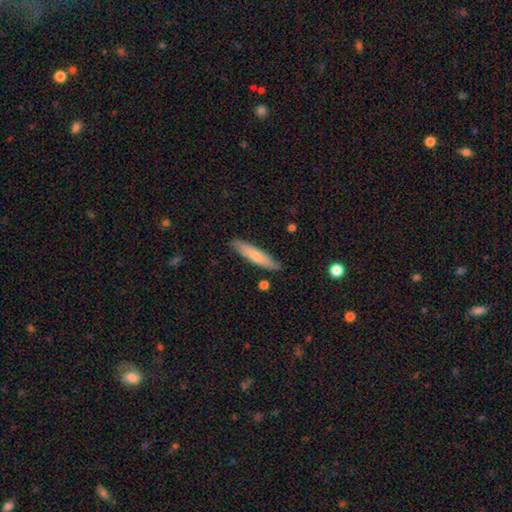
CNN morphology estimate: Smooth or featured? Predicted: smooth (p=0.66). How rounded? Predicted: cigar-shaped (p=0.85). Merging? Predicted: none (p=0.86).